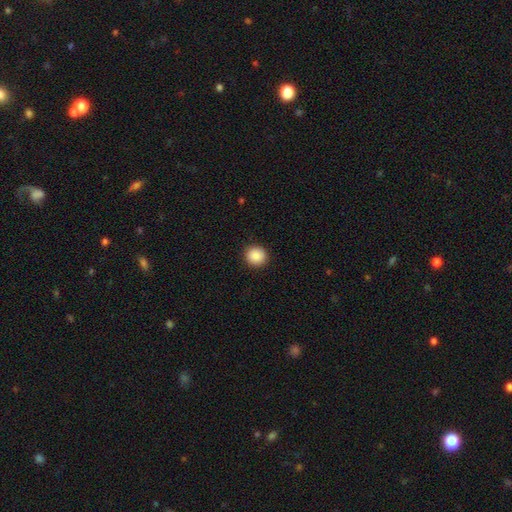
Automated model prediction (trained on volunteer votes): smooth_or_featured: smooth (p=0.89) [alt: star or artifact p=0.08]
how_rounded: round (p=0.91) [alt: in between p=0.08]
merging: none (p=0.92) [alt: minor disturbance p=0.06]